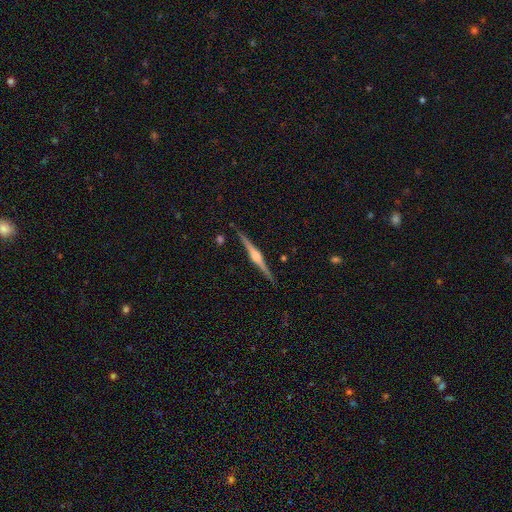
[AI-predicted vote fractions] smooth-or-featured: featured or disk: 85% | smooth: 10% | star or artifact: 6%
  disk-edge-on: yes: 98% | no: 2%
    edge-on-bulge: rounded: 82% | boxy: 15% | none: 4%
  merging: none: 90% | minor disturbance: 7% | major disturbance: 2% | merger: 1%